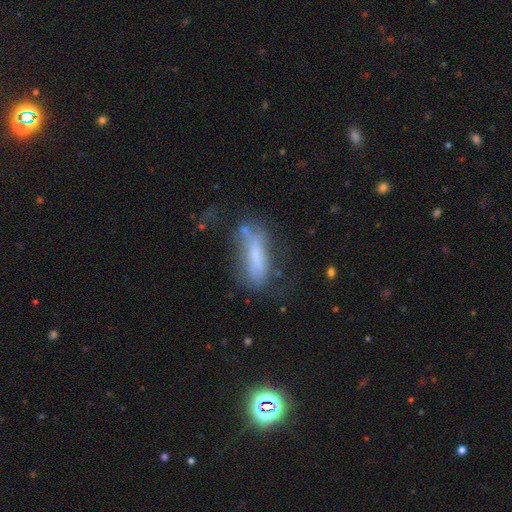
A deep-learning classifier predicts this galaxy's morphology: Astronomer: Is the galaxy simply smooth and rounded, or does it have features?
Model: smooth — 56% (runner-up: featured or disk, 33%).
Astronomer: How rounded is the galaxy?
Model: cigar-shaped — 50% (runner-up: in between, 48%).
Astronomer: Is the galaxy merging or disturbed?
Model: none — 45% (runner-up: minor disturbance, 25%).